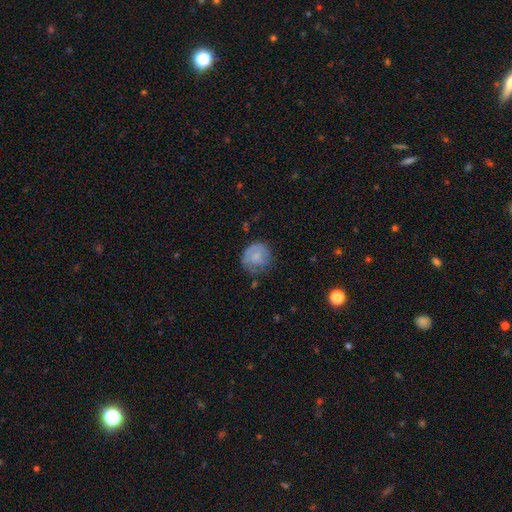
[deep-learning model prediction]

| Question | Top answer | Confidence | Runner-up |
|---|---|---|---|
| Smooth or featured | smooth | 61% | featured or disk (31%) |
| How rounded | round | 85% | in between (14%) |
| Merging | none | 62% | minor disturbance (24%) |